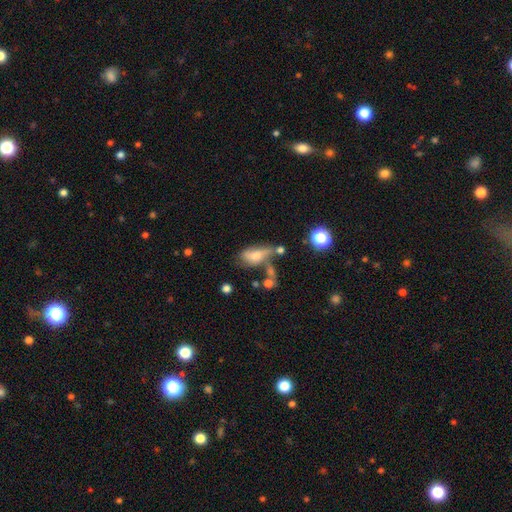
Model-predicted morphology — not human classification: Q: Smooth or featured?
A: smooth (59%); runner-up: featured or disk (29%)
Q: How rounded?
A: in between (81%); runner-up: cigar-shaped (12%)
Q: Merging?
A: major disturbance (28%); tied with: merger (28%)